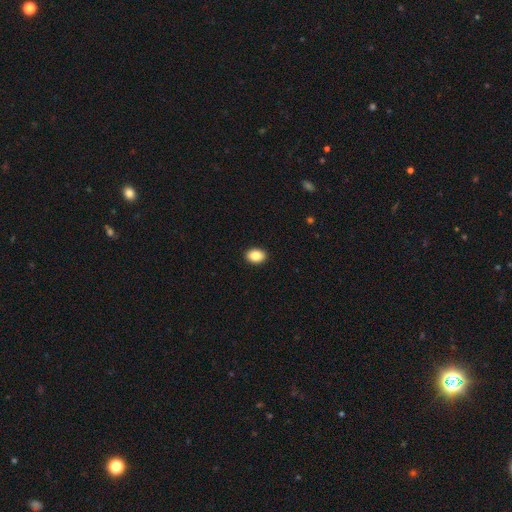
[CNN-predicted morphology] Q: Smooth or featured?
A: smooth (86%); runner-up: star or artifact (8%)
Q: How rounded?
A: in between (73%); runner-up: round (26%)
Q: Merging?
A: none (92%); runner-up: minor disturbance (6%)